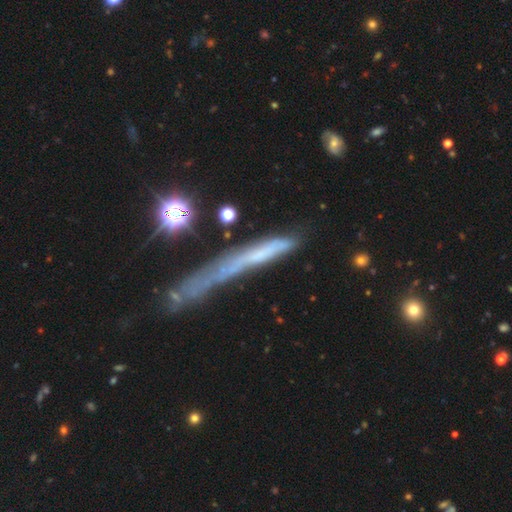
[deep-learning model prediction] A featured or disk galaxy (48%). Merging: none (51%).